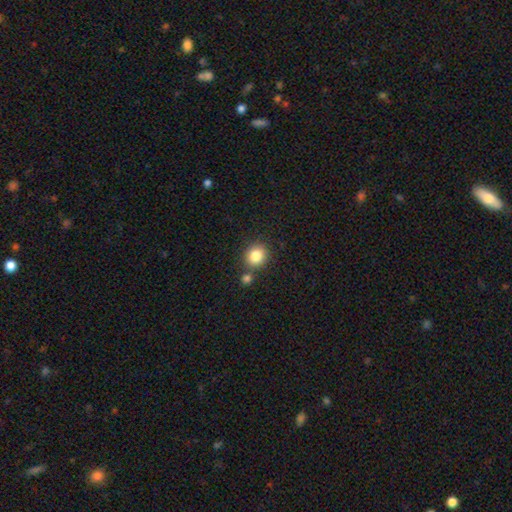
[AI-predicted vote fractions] This appears to be a smooth galaxy with no disk features (83%) that is round (82%). Merging: none (73%).